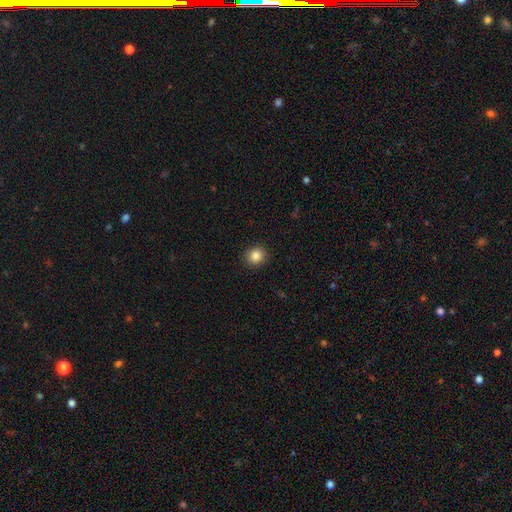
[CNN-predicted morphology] A smooth galaxy with no disk features (85%) that is round (82%). Merging: none (91%).